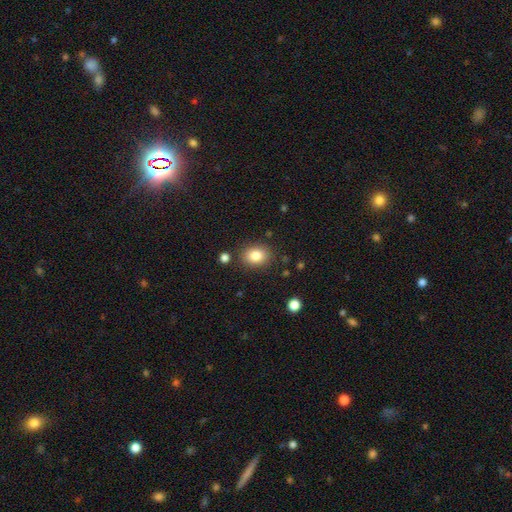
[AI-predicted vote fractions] The model was most divided on "how rounded": in between: 57%, round: 42%, cigar-shaped: 1%. More confident: merging — none (85%); smooth or featured — smooth (84%).